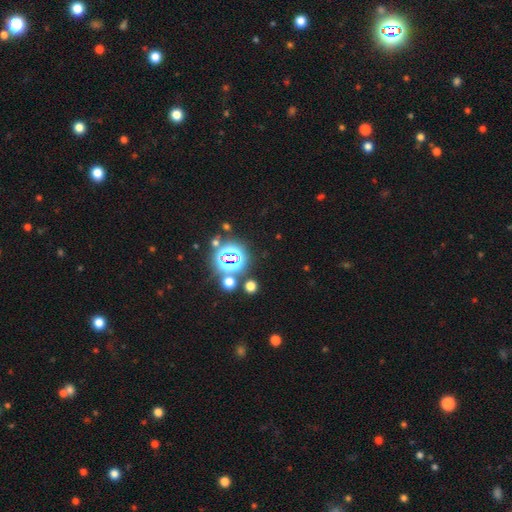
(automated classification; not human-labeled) Smooth or featured: star or artifact — 82% (smooth — 12%)